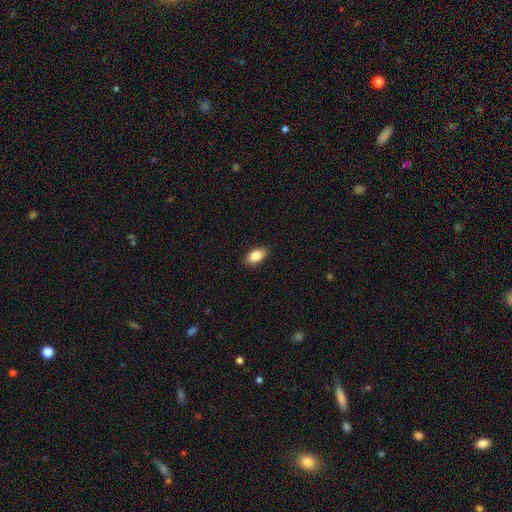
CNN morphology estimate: Smooth or featured? Predicted: smooth (p=0.85). How rounded? Predicted: in between (p=0.92). Merging? Predicted: none (p=0.88).